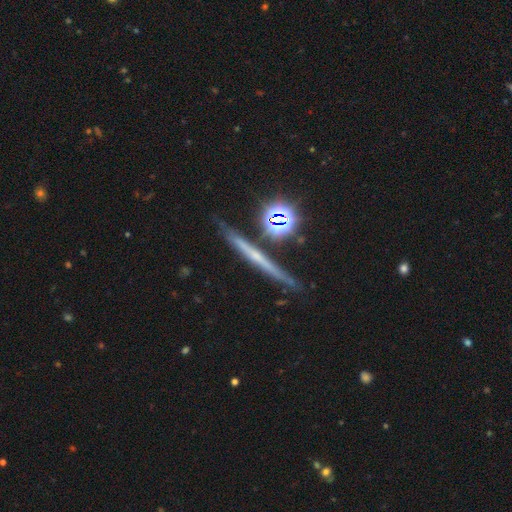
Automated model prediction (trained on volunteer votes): A featured or disk galaxy (52%) viewed edge-on (94%). Merging: none (83%).